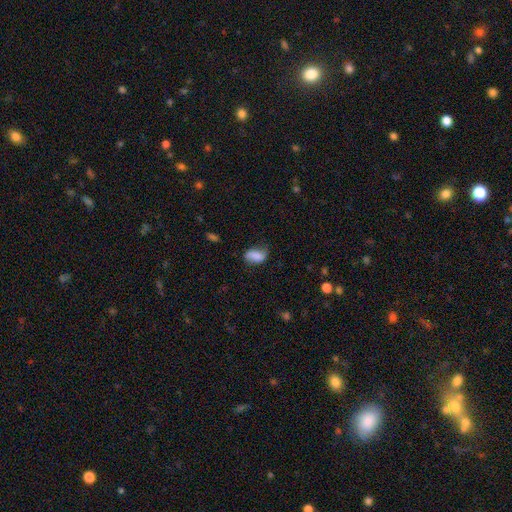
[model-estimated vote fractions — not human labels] smooth_or_featured: smooth (p=0.78) [alt: featured or disk p=0.14]
how_rounded: in between (p=0.88) [alt: round p=0.09]
merging: none (p=0.58) [alt: minor disturbance p=0.30]